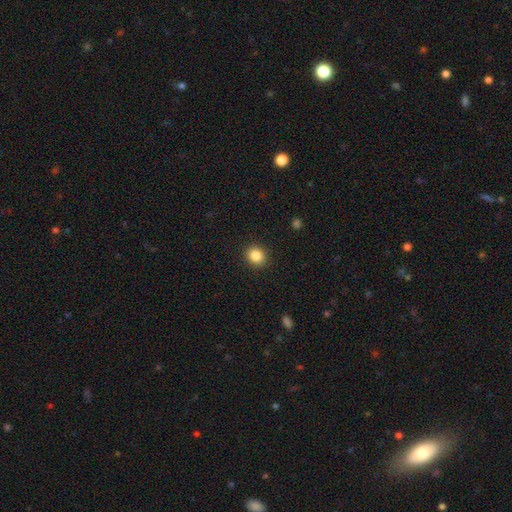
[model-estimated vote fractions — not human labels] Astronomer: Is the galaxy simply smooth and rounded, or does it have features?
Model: smooth — 86%.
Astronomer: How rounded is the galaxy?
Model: round — 83%.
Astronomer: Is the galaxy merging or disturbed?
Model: none — 91%.